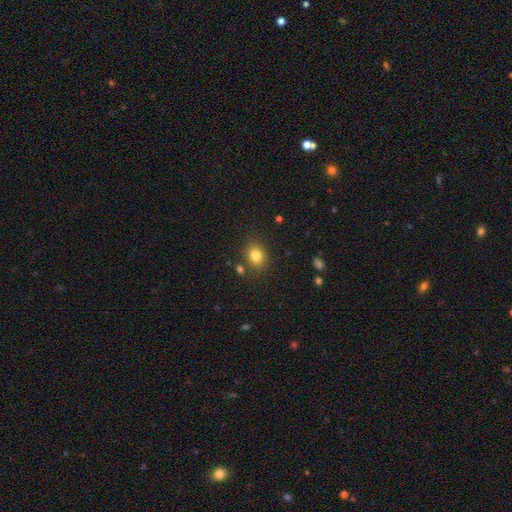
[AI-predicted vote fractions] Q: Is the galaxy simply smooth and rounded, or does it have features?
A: smooth — 81%.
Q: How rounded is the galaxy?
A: round — 50%, tied with in between.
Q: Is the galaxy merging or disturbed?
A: none — 81%.